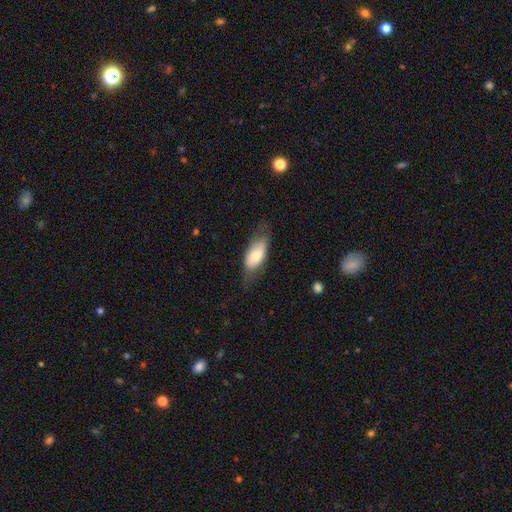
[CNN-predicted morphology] A smooth galaxy with no disk features (66%) that is in between round and cigar-shaped (82%). Merging: none (58%).